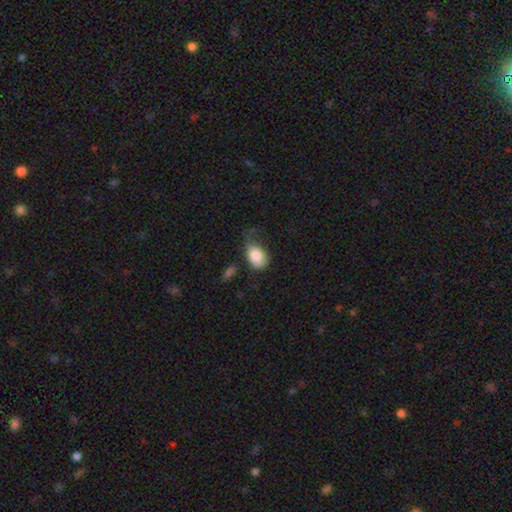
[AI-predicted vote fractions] A smooth galaxy with no disk features (84%) that is in between round and cigar-shaped (80%). Merging: none (37%).